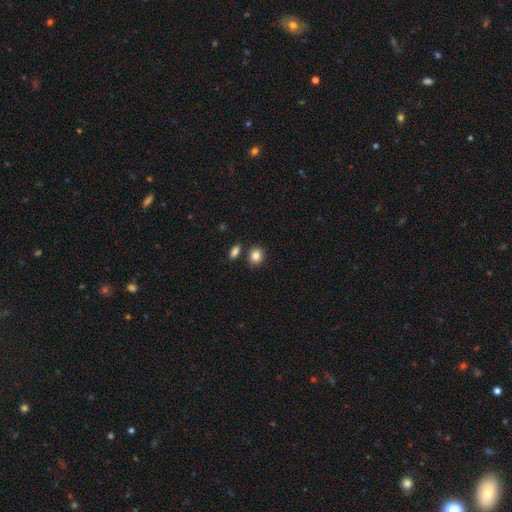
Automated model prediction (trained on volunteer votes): This appears to be a smooth galaxy with no disk features (85%) that is round (61%). Merging: none (78%).